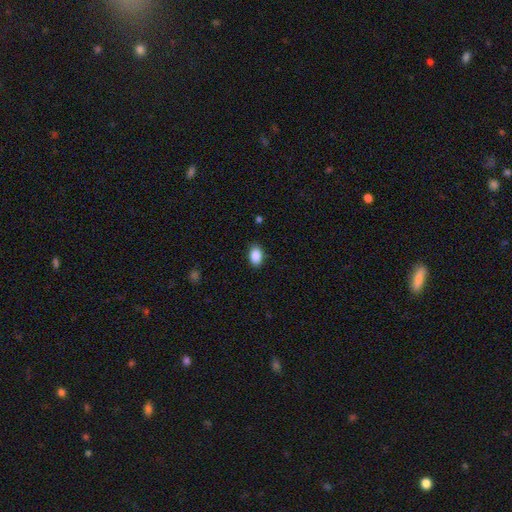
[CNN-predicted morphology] smooth-or-featured: smooth: 89% | star or artifact: 8% | featured or disk: 3%
  how-rounded: in between: 88% | round: 11% | cigar-shaped: 1%
  merging: none: 87% | minor disturbance: 10% | major disturbance: 2% | merger: 1%